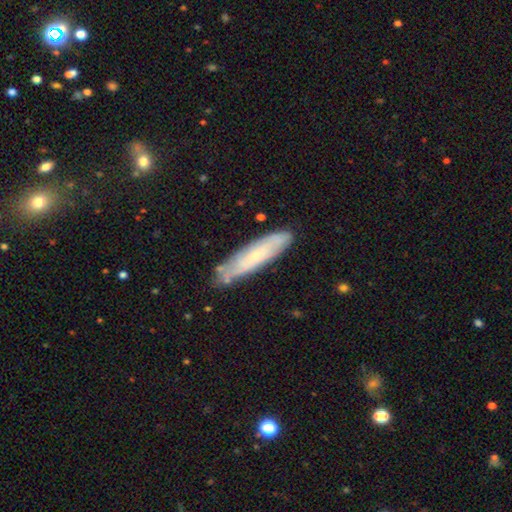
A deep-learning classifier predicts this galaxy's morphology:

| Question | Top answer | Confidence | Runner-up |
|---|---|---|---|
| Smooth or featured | smooth | 48% | featured or disk (45%) |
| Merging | none | 76% | minor disturbance (18%) |